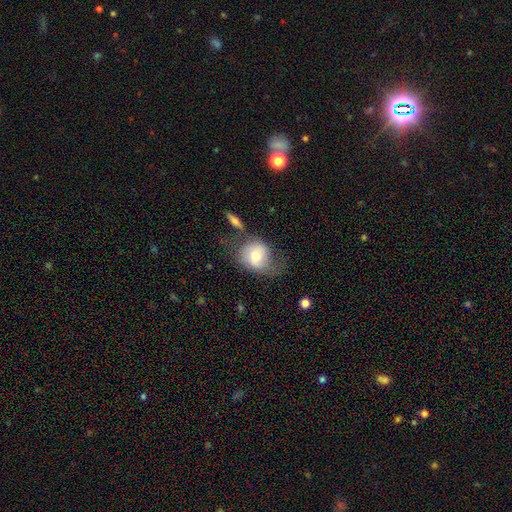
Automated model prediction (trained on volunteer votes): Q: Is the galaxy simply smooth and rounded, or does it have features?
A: smooth — 61%.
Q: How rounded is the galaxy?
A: round — 59%.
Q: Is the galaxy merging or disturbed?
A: none — 37%.